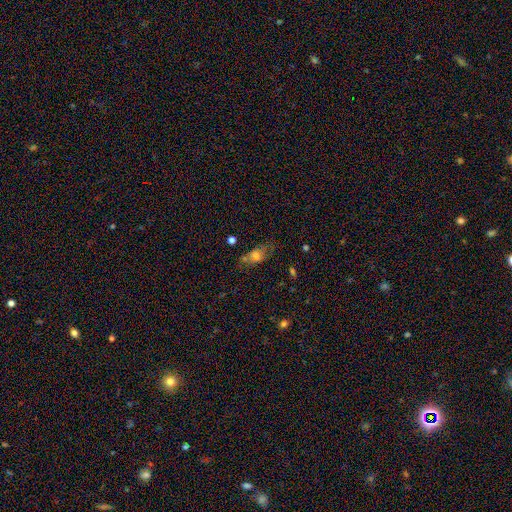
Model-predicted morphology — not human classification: smooth_or_featured: smooth (p=0.61) [alt: featured or disk p=0.26]
how_rounded: in between (p=0.78) [alt: round p=0.13]
merging: none (p=0.51) [alt: minor disturbance p=0.25]